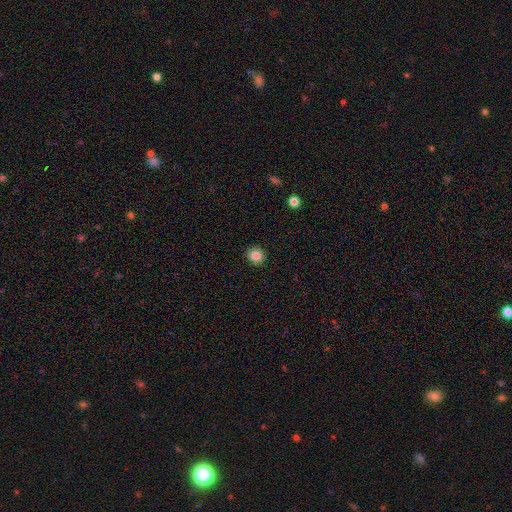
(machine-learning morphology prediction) smooth_or_featured: smooth (p=0.85) [alt: star or artifact p=0.10]
how_rounded: round (p=0.88) [alt: in between p=0.11]
merging: none (p=0.91) [alt: minor disturbance p=0.06]